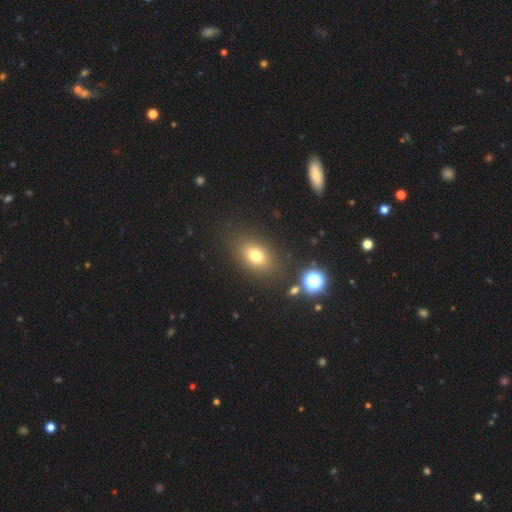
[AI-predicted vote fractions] A smooth galaxy with no disk features (74%) that is in between round and cigar-shaped (73%). Merging: none (83%).